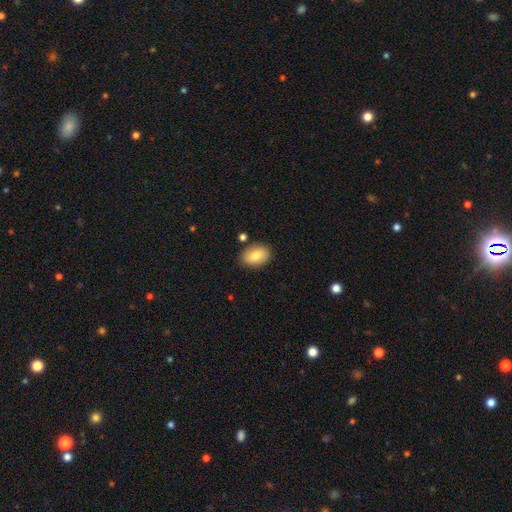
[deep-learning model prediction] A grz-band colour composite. It shows a smooth galaxy with no disk features (82%) that is in between round and cigar-shaped (83%). Merging: none (82%).